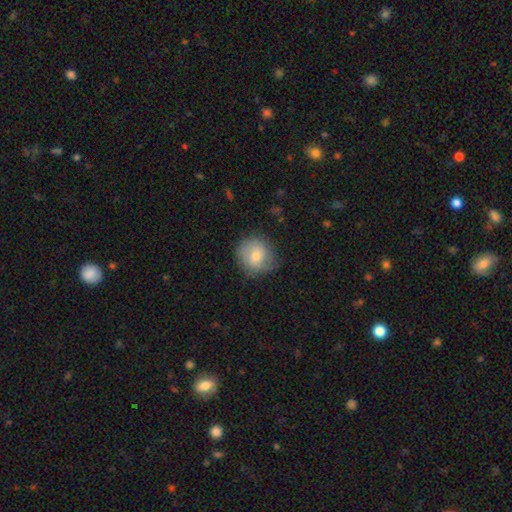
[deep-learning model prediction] Smooth or featured? Predicted: smooth (p=0.71). How rounded? Predicted: round (p=0.87). Merging? Predicted: none (p=0.74).